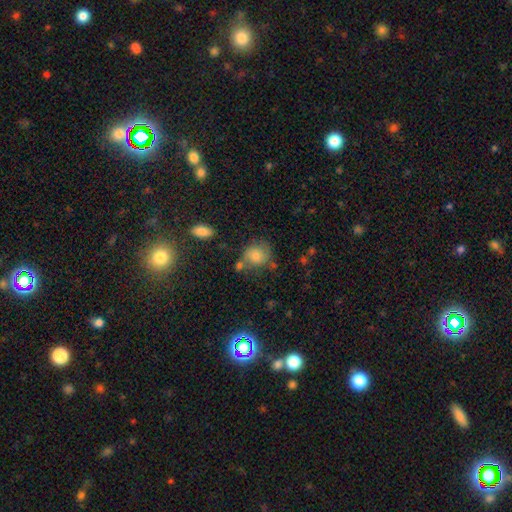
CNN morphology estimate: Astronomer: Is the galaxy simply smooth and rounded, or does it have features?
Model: smooth — 62%.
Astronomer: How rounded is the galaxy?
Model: round — 72%.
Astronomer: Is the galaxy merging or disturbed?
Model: none — 57%.